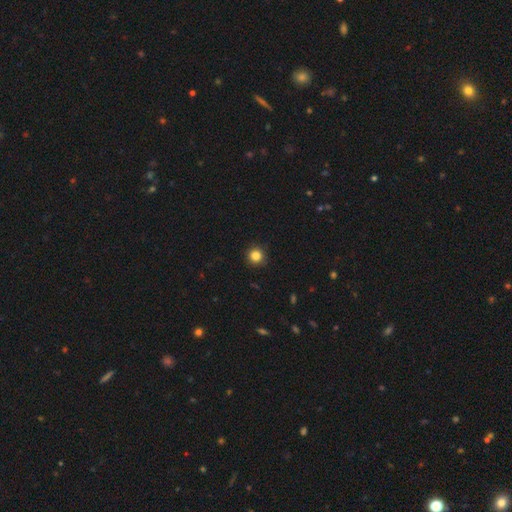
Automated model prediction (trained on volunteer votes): smooth-or-featured: smooth: 84% | star or artifact: 12% | featured or disk: 4%
  how-rounded: round: 95% | in between: 4% | cigar-shaped: 1%
  merging: none: 92% | minor disturbance: 6% | major disturbance: 2% | merger: 1%